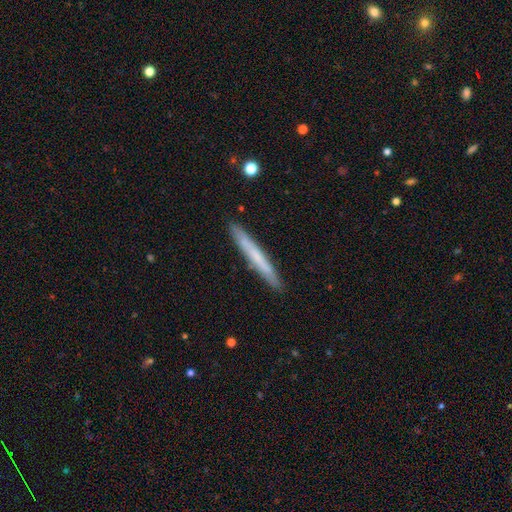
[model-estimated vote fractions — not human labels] Smooth or featured: smooth — 58% (featured or disk — 36%)
How rounded: cigar-shaped — 97% (in between — 2%)
Merging: none — 91% (minor disturbance — 7%)